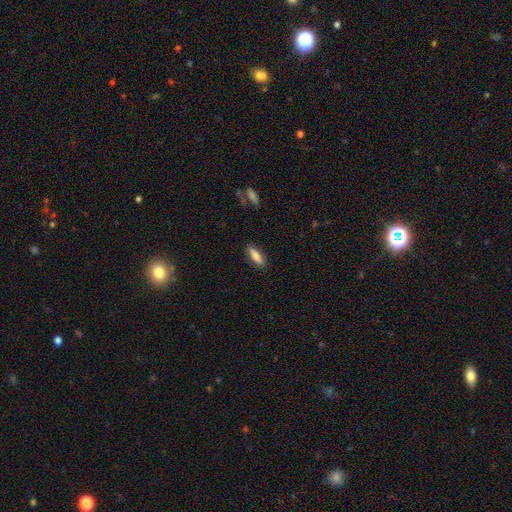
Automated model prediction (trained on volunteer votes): Morphology: type=smooth (74%); roundness=in between (51%); merging=none (86%).